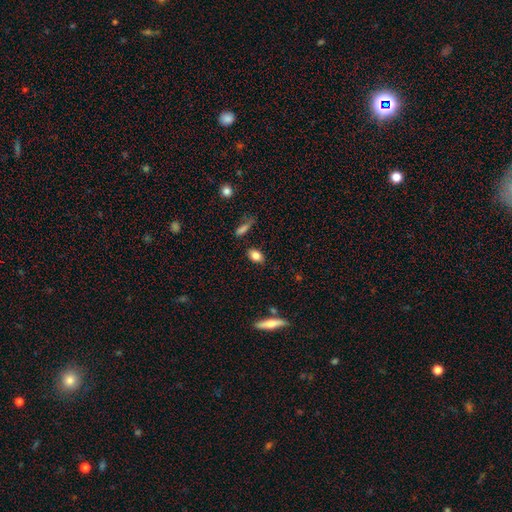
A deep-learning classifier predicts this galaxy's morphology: This appears to be a smooth galaxy with no disk features (82%) that is in between round and cigar-shaped (82%). Merging: none (83%).